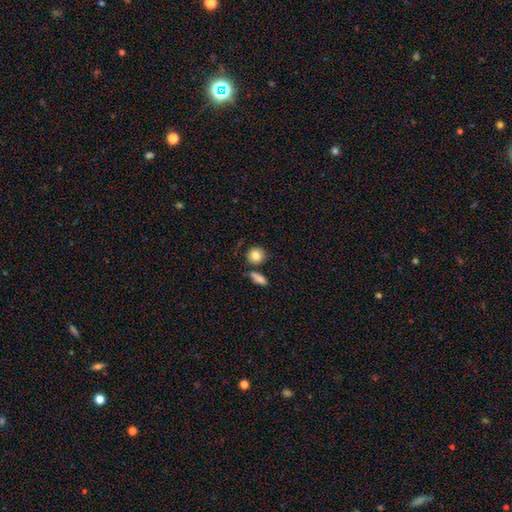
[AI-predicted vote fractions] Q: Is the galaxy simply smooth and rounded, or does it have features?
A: smooth — 83%.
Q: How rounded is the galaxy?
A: round — 81%.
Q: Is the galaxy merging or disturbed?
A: none — 72%.